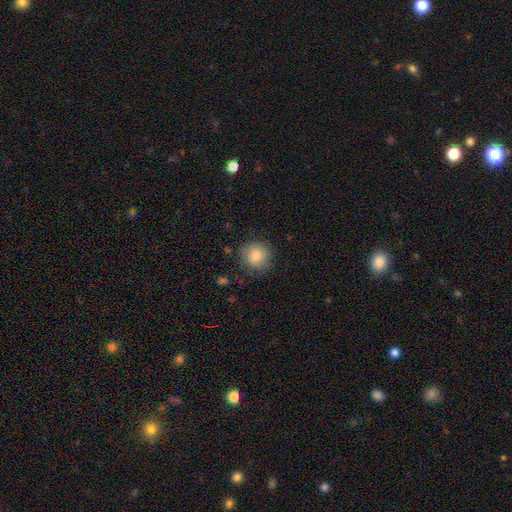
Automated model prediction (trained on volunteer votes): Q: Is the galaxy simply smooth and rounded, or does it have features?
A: smooth — 82%.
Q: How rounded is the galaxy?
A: round — 90%.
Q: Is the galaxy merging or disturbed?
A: none — 79%.